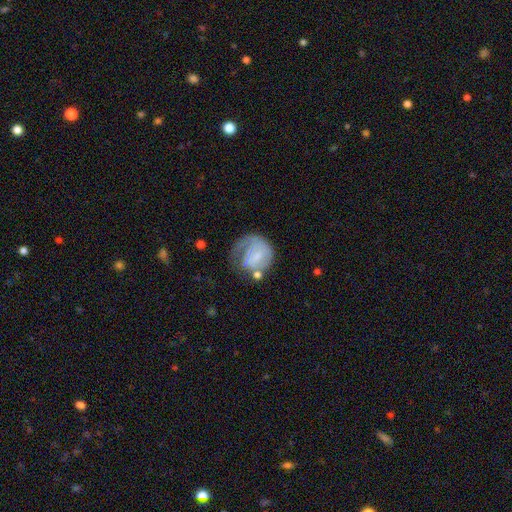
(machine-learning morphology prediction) A featured or disk galaxy (56%) with a weak bar (46%), spiral arms (71%) and a small central bulge (38%).

Vote fractions:
- Smooth or featured? featured or disk: 56% / smooth: 37% / star or artifact: 7%
- Edge-on disk? no: 98% / yes: 2%
- Bar? weak: 46% / no: 41% / strong: 13%
- Spiral arms? yes: 71% / no: 29%
- Bulge size? small: 38% / none: 35% / moderate: 22% / large: 4% / dominant: 1%
- Merging? major disturbance: 36% / none: 33% / minor disturbance: 23% / merger: 8%